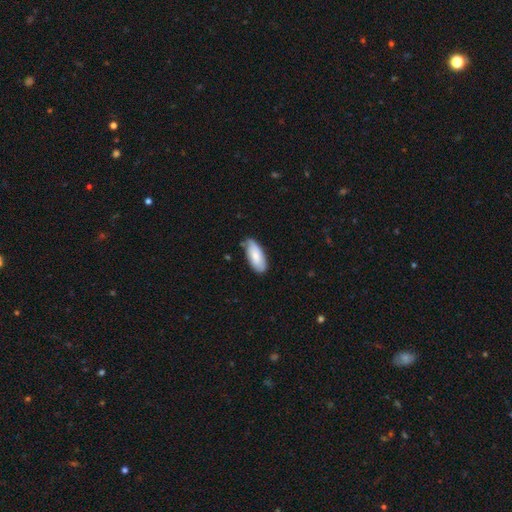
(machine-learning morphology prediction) A smooth galaxy with no disk features (76%) that is in between round and cigar-shaped (86%).

Vote fractions:
- Smooth or featured? smooth: 76% / featured or disk: 18% / star or artifact: 6%
- How rounded? in between: 86% / cigar-shaped: 13% / round: 2%
- Merging? none: 67% / minor disturbance: 27% / major disturbance: 4% / merger: 3%